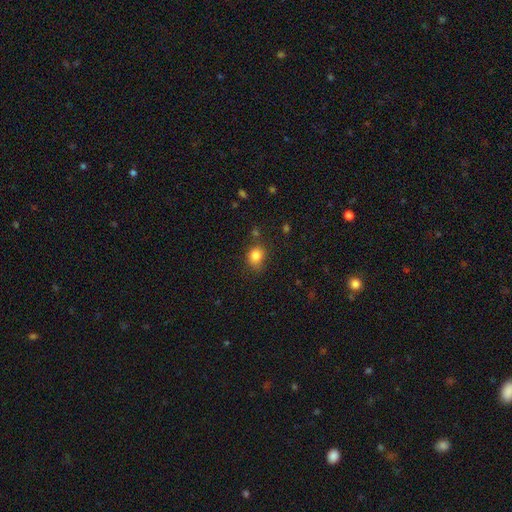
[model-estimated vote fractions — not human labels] Smooth or featured? Predicted: smooth (p=0.83). How rounded? Predicted: round (p=0.56). Merging? Predicted: none (p=0.71).